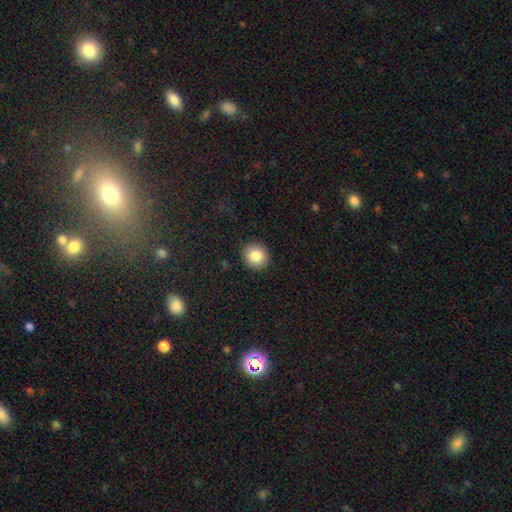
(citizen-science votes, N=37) smooth_or_featured: smooth (p=0.86) [alt: featured or disk p=0.11]
how_rounded: round (p=0.81) [alt: in between p=0.19]
merging: none (p=0.92) [alt: minor disturbance p=0.06]